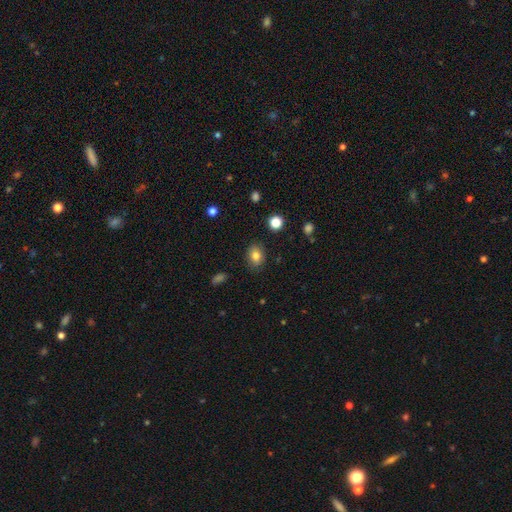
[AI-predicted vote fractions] smooth 81%, star or artifact 10%, featured or disk 9%. Down the decision tree: how rounded — in between (60%); merging — none (85%).